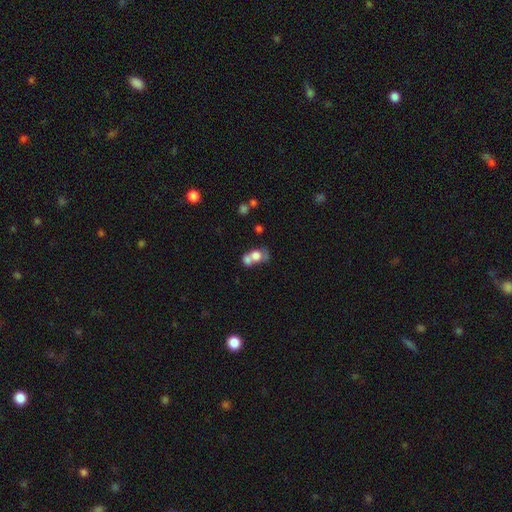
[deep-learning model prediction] This is likely a smooth galaxy (67%). How rounded: possibly in between (51%). Merging: likely merger (64%).